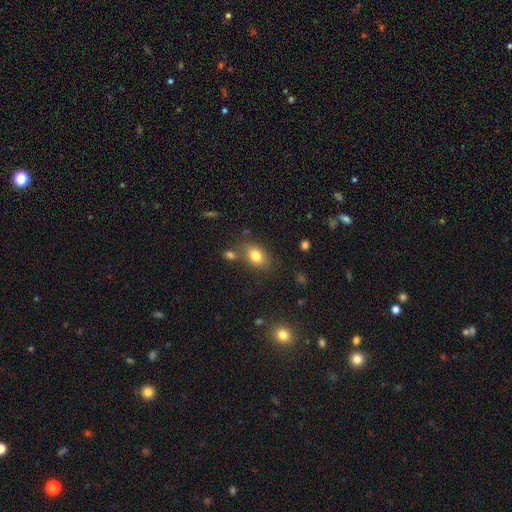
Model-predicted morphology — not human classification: Smooth or featured?
  - smooth: 80% *
  - star or artifact: 10%
  - featured or disk: 10%
How rounded?
  - in between: 71% *
  - round: 28%
  - cigar-shaped: 1%
Merging?
  - none: 70% *
  - minor disturbance: 14%
  - merger: 11%
  - major disturbance: 5%